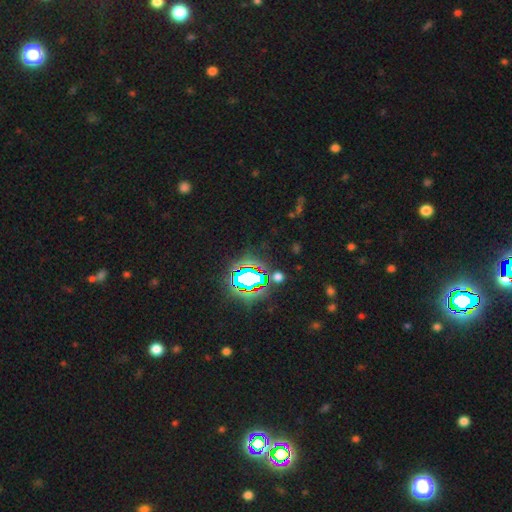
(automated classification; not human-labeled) This is likely a star or artifact rather than a galaxy (80%).